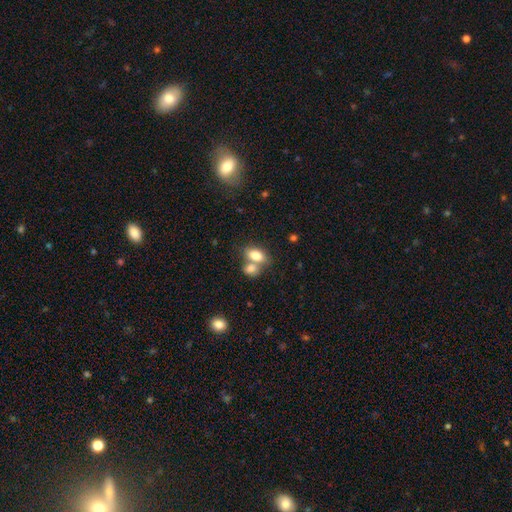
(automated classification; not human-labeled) Smooth or featured? smooth (80%)
How rounded? in between (86%)
Merging? merger (51%)